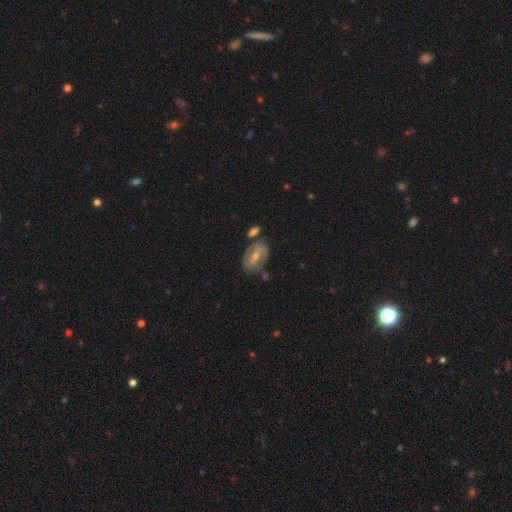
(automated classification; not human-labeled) Smooth or featured? featured or disk (66%)
Edge-on disk? no (93%)
Bar? strong (41%)
Spiral arms? yes (71%)
Bulge size? moderate (49%)
Merging? none (65%)